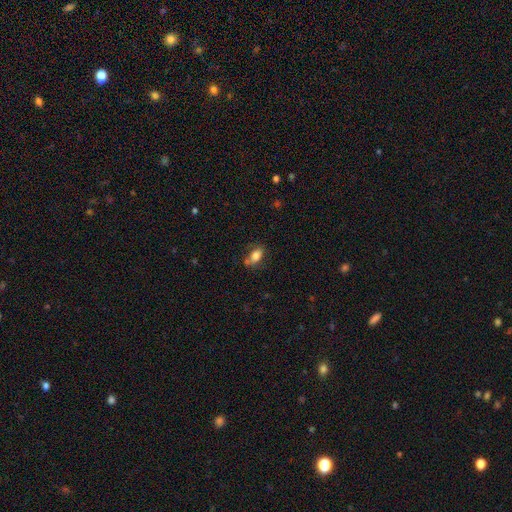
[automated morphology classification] Q: Smooth or featured?
A: smooth (79%); runner-up: featured or disk (12%)
Q: How rounded?
A: in between (86%); runner-up: round (9%)
Q: Merging?
A: none (64%); runner-up: minor disturbance (21%)